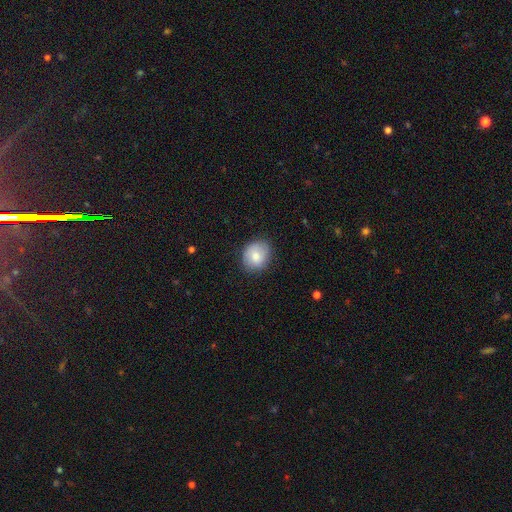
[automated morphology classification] type=smooth (82%); roundness=round (65%); merging=none (82%).